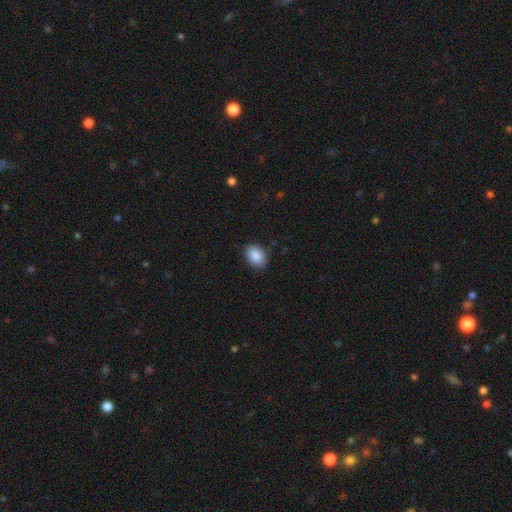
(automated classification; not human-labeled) smooth 89%, star or artifact 7%, featured or disk 4%. Down the decision tree: how rounded — in between (83%); merging — none (85%).